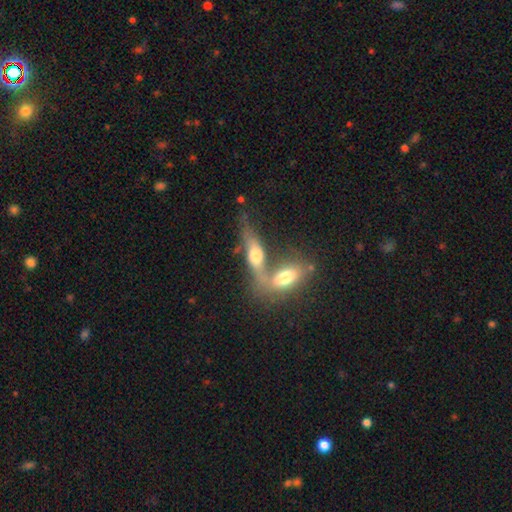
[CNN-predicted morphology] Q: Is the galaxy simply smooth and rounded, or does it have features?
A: featured or disk — 50%.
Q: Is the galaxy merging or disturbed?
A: merger — 58%.